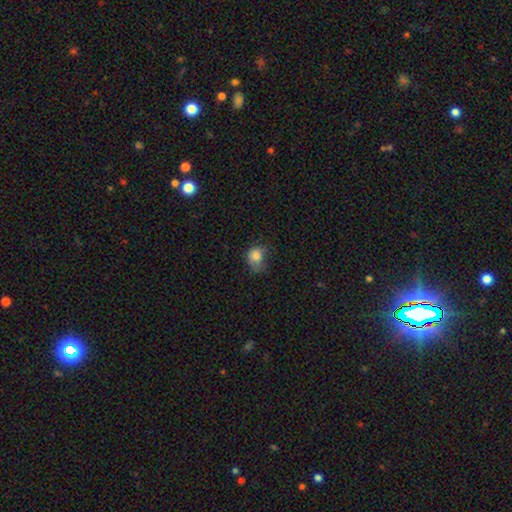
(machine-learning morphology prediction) Smooth or featured? Predicted: smooth (p=0.79). How rounded? Predicted: round (p=0.52). Merging? Predicted: none (p=0.36, tied with minor disturbance).